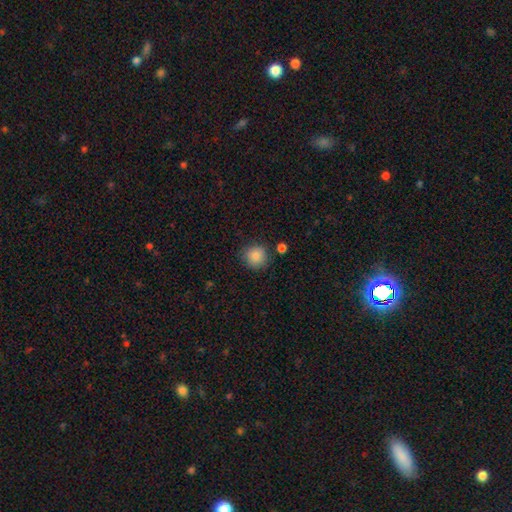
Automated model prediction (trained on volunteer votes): Q: Smooth or featured?
A: smooth (87%); runner-up: star or artifact (9%)
Q: How rounded?
A: round (92%); runner-up: in between (7%)
Q: Merging?
A: none (83%); runner-up: minor disturbance (10%)